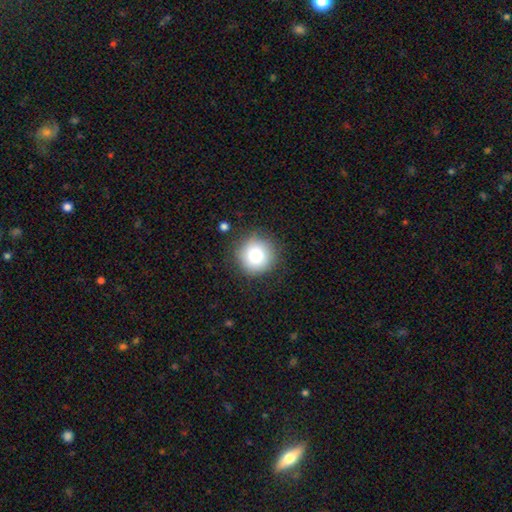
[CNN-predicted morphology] type=smooth (78%); roundness=round (94%); merging=none (84%).